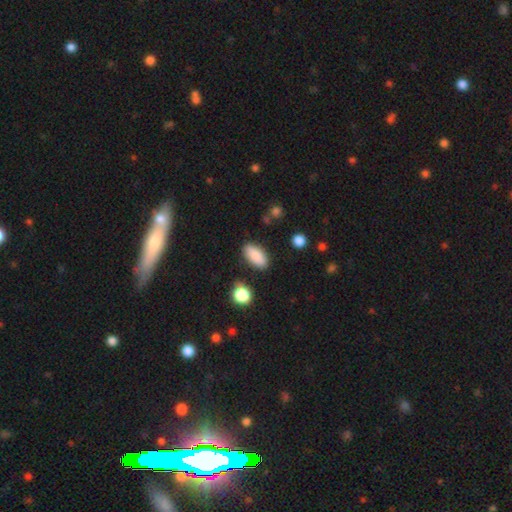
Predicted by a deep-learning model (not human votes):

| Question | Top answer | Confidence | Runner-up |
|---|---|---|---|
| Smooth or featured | smooth | 88% | star or artifact (7%) |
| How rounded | in between | 89% | cigar-shaped (7%) |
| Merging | none | 85% | minor disturbance (10%) |